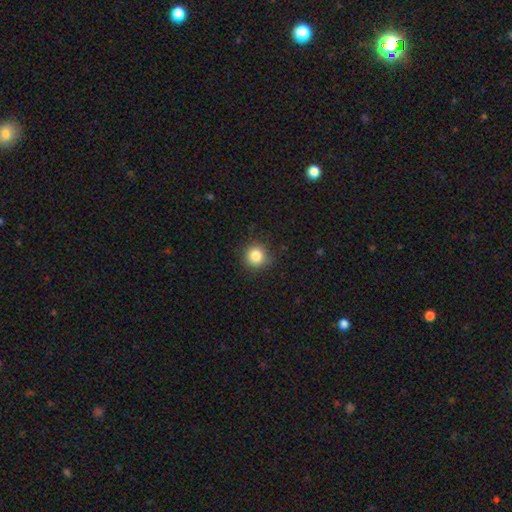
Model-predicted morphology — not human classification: The model was most divided on "smooth or featured": smooth: 84%, star or artifact: 11%, featured or disk: 5%. More confident: how rounded — round (93%); merging — none (88%).